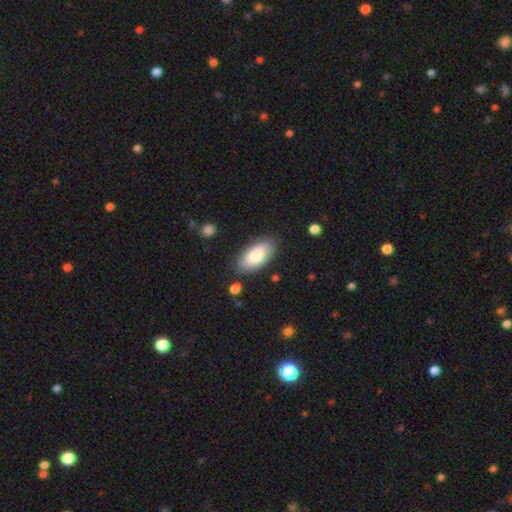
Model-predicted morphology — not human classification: smooth_or_featured: smooth (p=0.81) [alt: featured or disk p=0.13]
how_rounded: in between (p=0.92) [alt: cigar-shaped p=0.06]
merging: none (p=0.80) [alt: minor disturbance p=0.14]